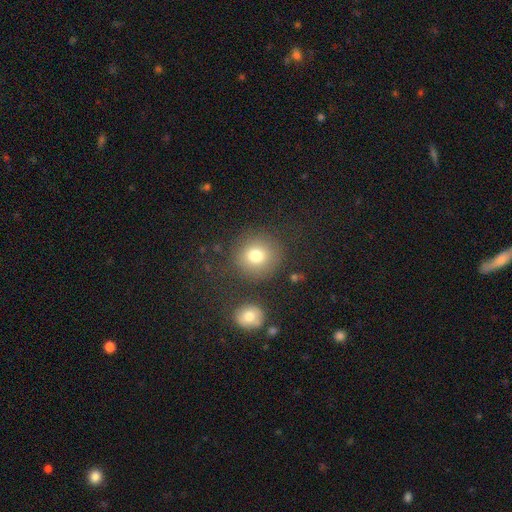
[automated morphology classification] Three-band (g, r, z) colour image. It shows a smooth galaxy with no disk features (78%) that is round (86%). Merging: none (79%).